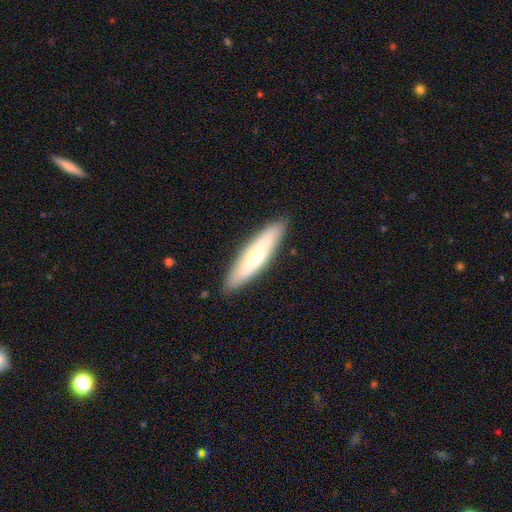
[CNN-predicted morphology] A smooth galaxy with no disk features (55%) that is cigar-shaped (72%). Merging: none (88%).